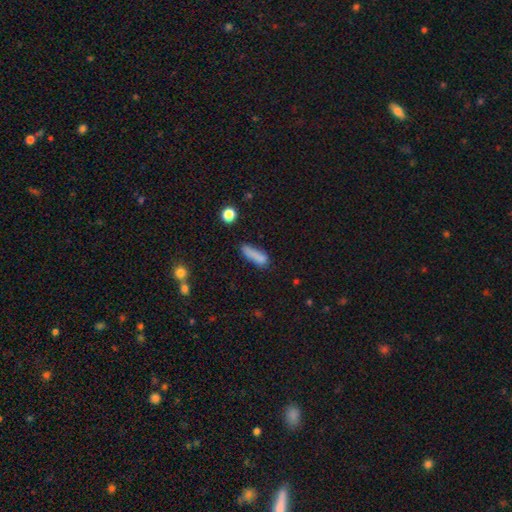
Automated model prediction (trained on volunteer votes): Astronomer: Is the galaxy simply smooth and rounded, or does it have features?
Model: smooth — 79%.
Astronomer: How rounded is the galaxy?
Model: cigar-shaped — 60% (runner-up: in between, 37%).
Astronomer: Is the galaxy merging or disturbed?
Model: none — 53%.